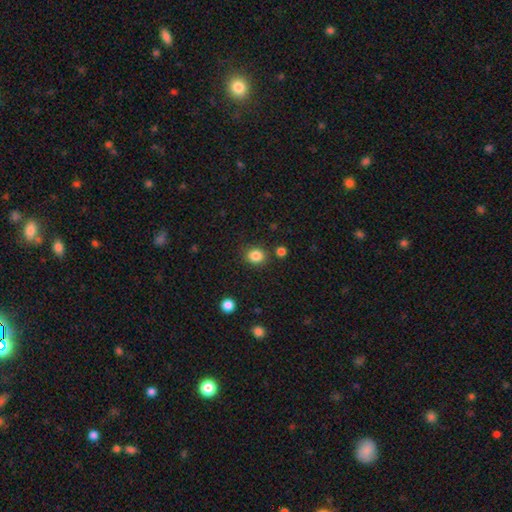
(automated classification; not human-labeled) Smooth or featured? Predicted: smooth (p=0.85). How rounded? Predicted: round (p=0.71). Merging? Predicted: none (p=0.84).